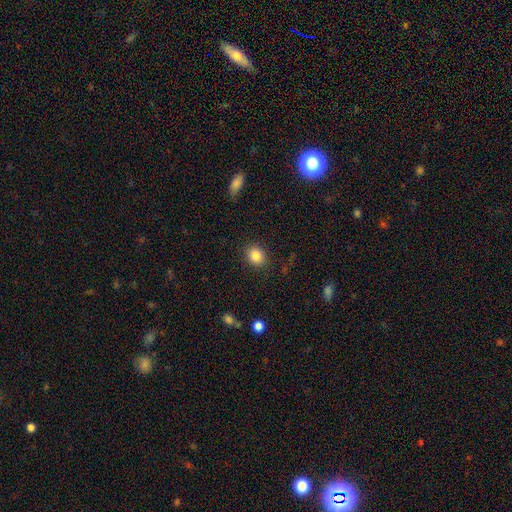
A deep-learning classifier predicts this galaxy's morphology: smooth 85%, star or artifact 10%, featured or disk 5%. Down the decision tree: how rounded — round (68%); merging — none (88%).